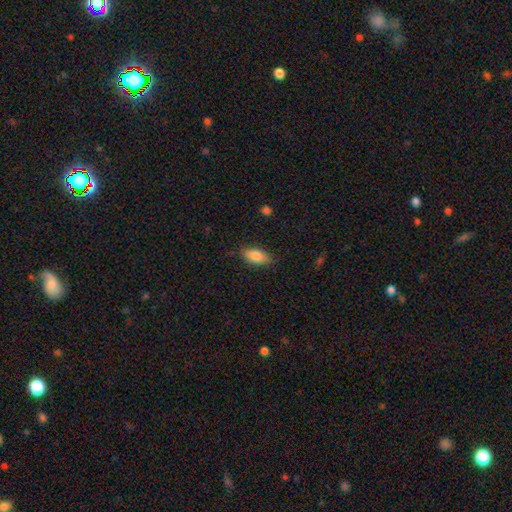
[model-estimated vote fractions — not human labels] Smooth or featured?
  - smooth: 85% *
  - featured or disk: 8%
  - star or artifact: 7%
How rounded?
  - in between: 87% *
  - cigar-shaped: 11%
  - round: 3%
Merging?
  - none: 81% *
  - minor disturbance: 14%
  - major disturbance: 3%
  - merger: 1%